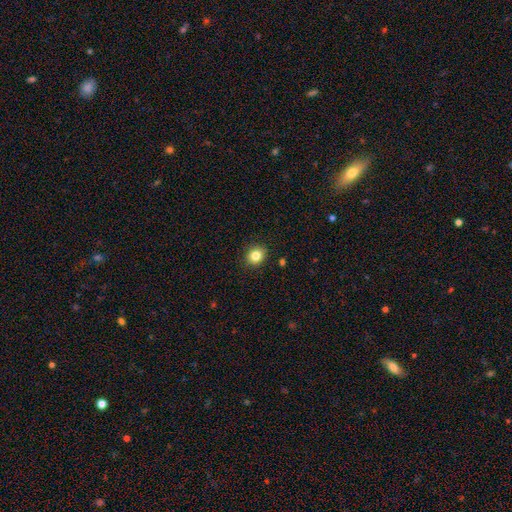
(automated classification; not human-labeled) Smooth or featured? Predicted: smooth (p=0.83). How rounded? Predicted: round (p=0.75). Merging? Predicted: none (p=0.90).